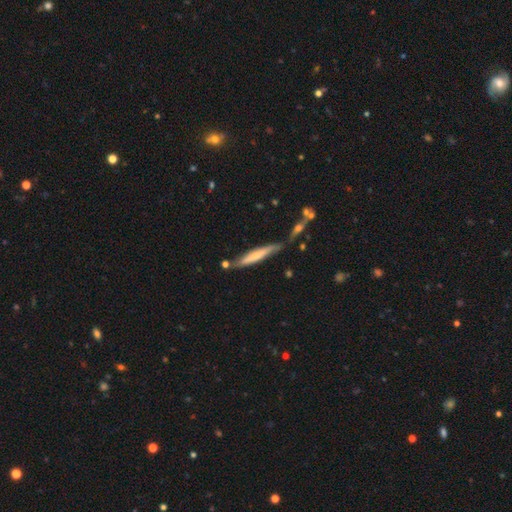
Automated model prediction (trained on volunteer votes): smooth_or_featured: smooth (p=0.55) [alt: featured or disk p=0.39]
how_rounded: cigar-shaped (p=0.92) [alt: in between p=0.07]
merging: none (p=0.69) [alt: minor disturbance p=0.18]